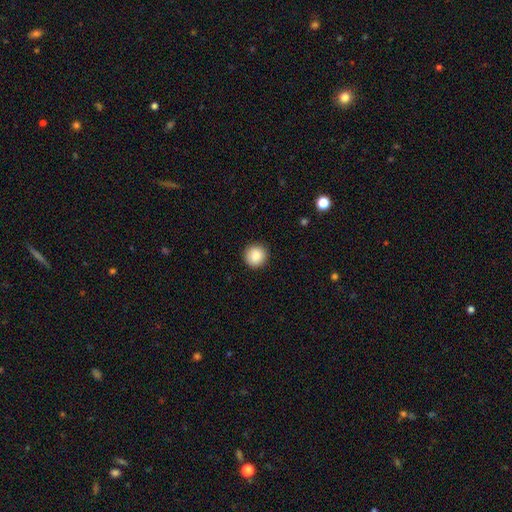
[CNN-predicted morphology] type=smooth (87%); roundness=round (93%); merging=none (91%).